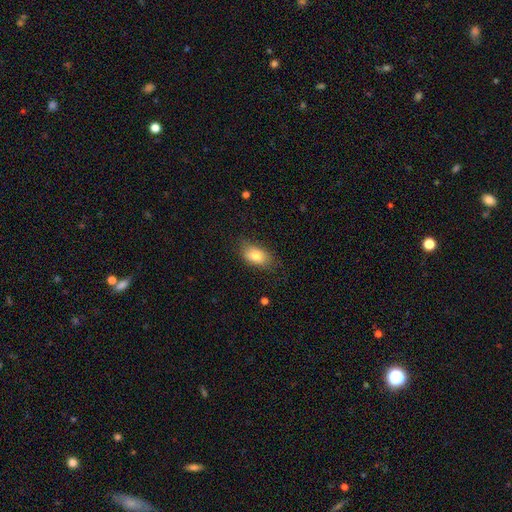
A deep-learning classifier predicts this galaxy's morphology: This appears to be a smooth galaxy with no disk features (81%) that is in between round and cigar-shaped (88%). Merging: none (76%).